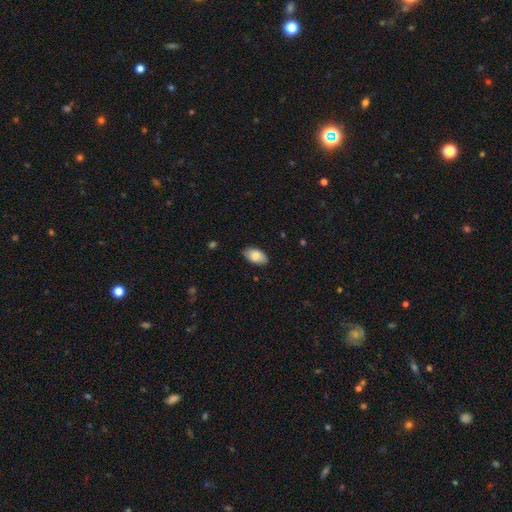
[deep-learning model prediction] smooth-or-featured: smooth: 86% | featured or disk: 8% | star or artifact: 6%
  how-rounded: in between: 95% | round: 4% | cigar-shaped: 2%
  merging: none: 84% | minor disturbance: 13% | major disturbance: 2% | merger: 1%